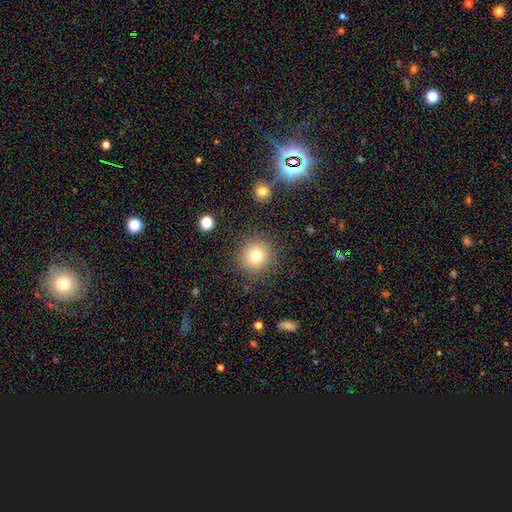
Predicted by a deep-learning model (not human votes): Overall: smooth (77%). How rounded: round (92%). Merging: none (87%).